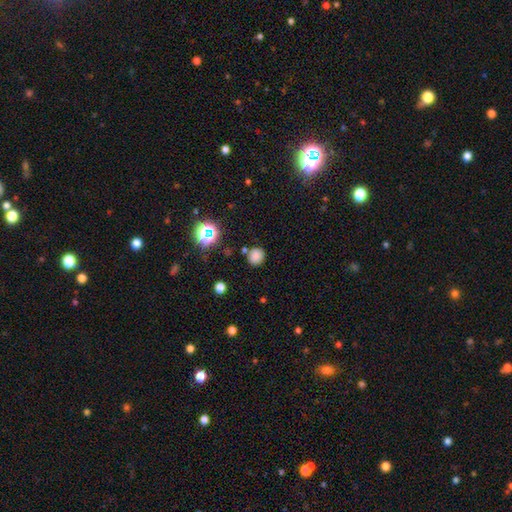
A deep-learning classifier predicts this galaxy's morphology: type=smooth (77%); roundness=round (83%); merging=none (80%).